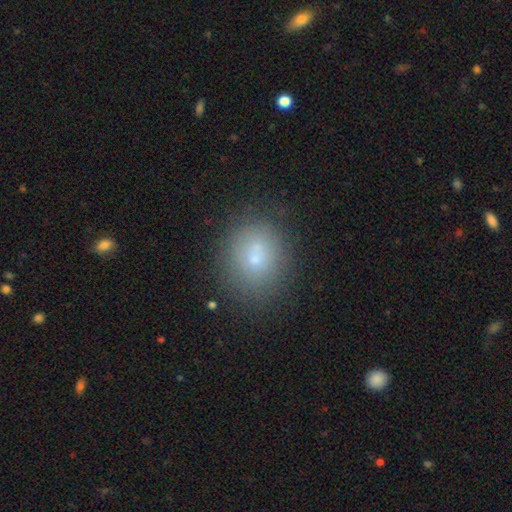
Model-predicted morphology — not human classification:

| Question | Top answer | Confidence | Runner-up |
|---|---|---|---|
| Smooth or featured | smooth | 68% | featured or disk (17%) |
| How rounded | round | 70% | in between (29%) |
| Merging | none | 70% | merger (13%) |